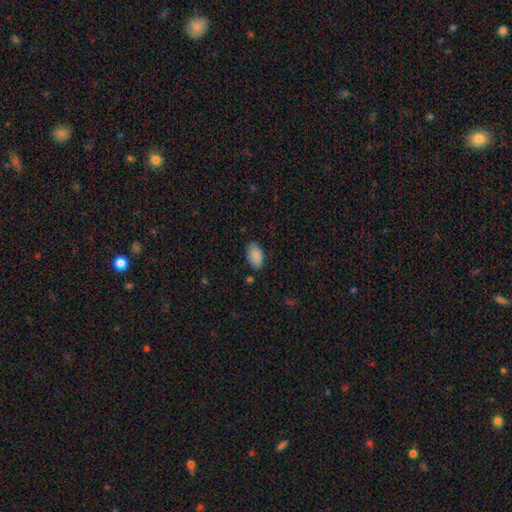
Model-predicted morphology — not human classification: Smooth or featured? smooth (88%)
How rounded? in between (92%)
Merging? none (79%)